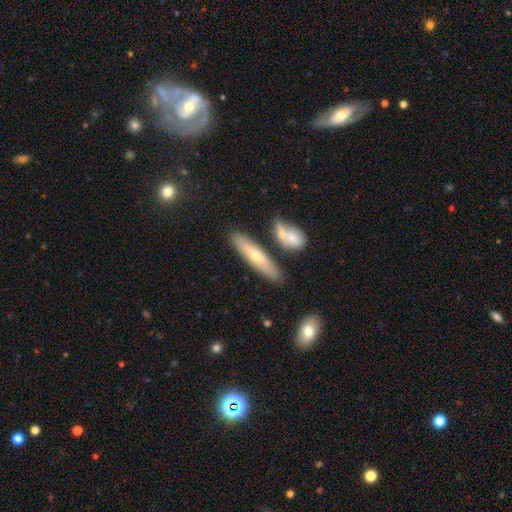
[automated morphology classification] smooth 54%, featured or disk 39%, star or artifact 6%. Down the decision tree: how rounded — cigar-shaped (78%); merging — none (77%).